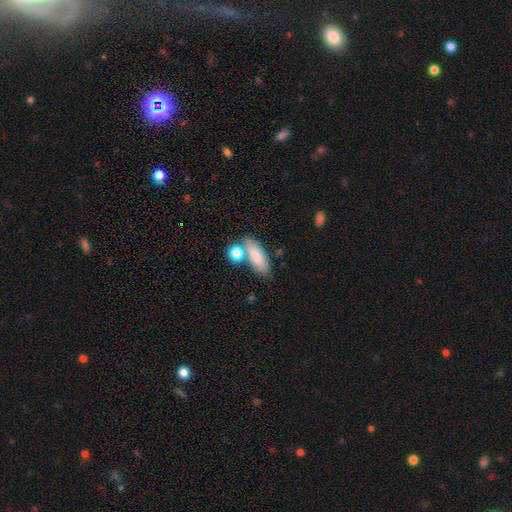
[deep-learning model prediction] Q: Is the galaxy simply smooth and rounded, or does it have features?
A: smooth — 81%.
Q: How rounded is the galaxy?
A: in between — 72%.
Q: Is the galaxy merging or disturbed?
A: none — 58%.